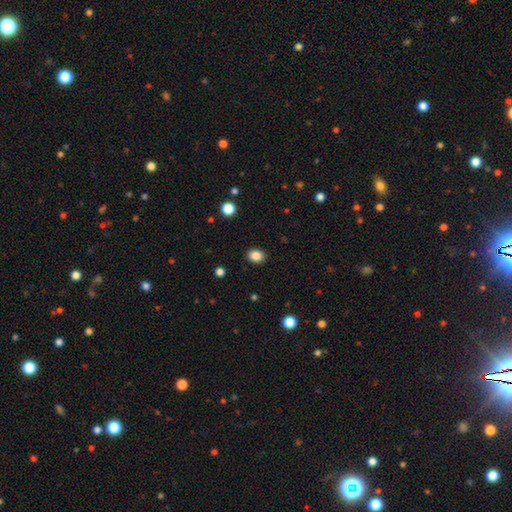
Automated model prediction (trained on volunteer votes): The model was most divided on "how rounded": in between: 57%, round: 42%, cigar-shaped: 1%. More confident: merging — none (90%); smooth or featured — smooth (86%).